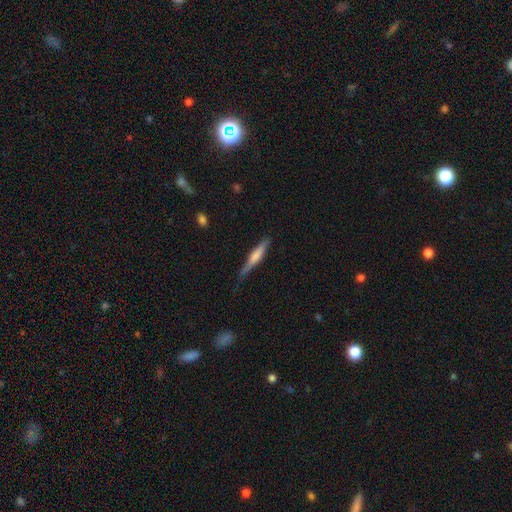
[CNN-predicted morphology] A smooth galaxy with no disk features (56%) that is cigar-shaped (89%).

Vote fractions:
- Smooth or featured? smooth: 56% / featured or disk: 39% / star or artifact: 6%
- How rounded? cigar-shaped: 89% / in between: 9% / round: 2%
- Merging? none: 65% / minor disturbance: 27% / major disturbance: 6% / merger: 2%